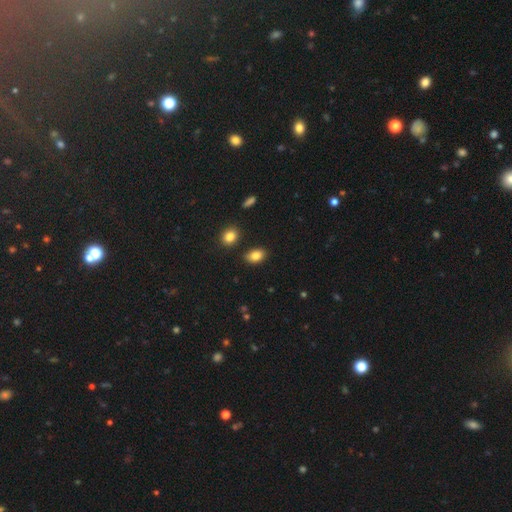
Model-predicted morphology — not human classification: This appears to be a smooth galaxy with no disk features (84%) that is in between round and cigar-shaped (84%). Merging: none (83%).